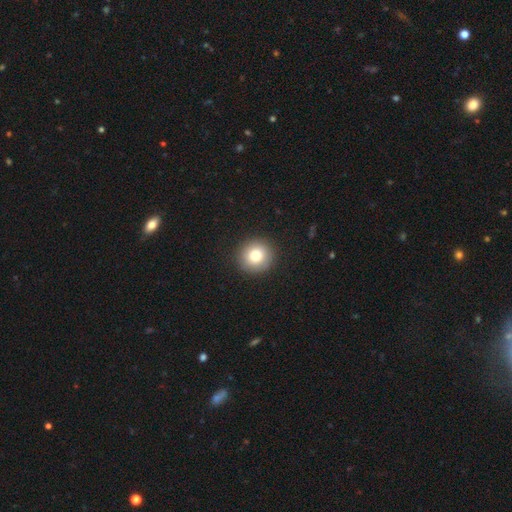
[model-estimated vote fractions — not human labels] smooth_or_featured: smooth (p=0.78) [alt: featured or disk p=0.11]
how_rounded: round (p=0.94) [alt: in between p=0.05]
merging: none (p=0.92) [alt: minor disturbance p=0.05]